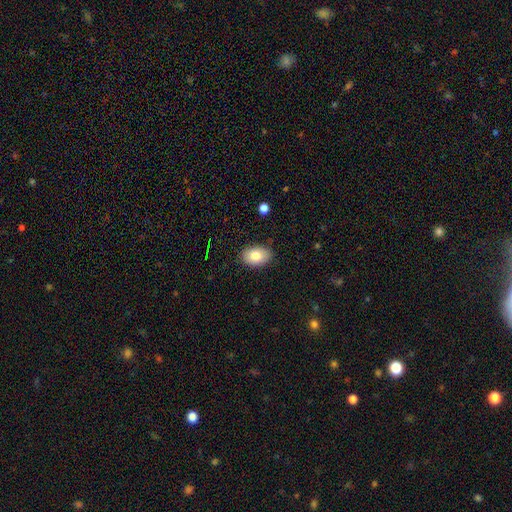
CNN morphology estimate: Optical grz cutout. It shows a smooth galaxy with no disk features (82%) that is in between round and cigar-shaped (87%). Merging: none (87%).